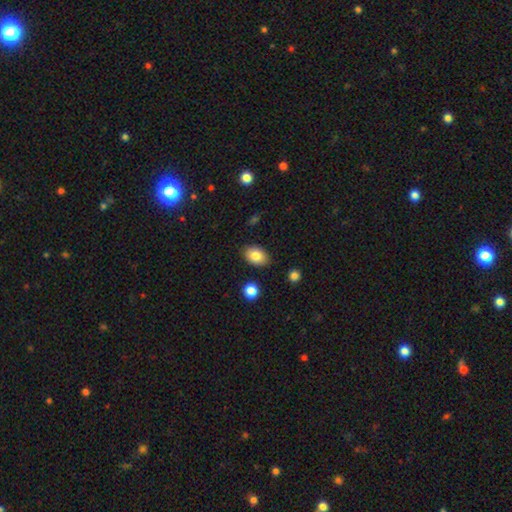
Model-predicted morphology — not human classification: Smooth or featured: smooth — 82% (featured or disk — 10%)
How rounded: in between — 84% (round — 15%)
Merging: none — 85% (minor disturbance — 10%)